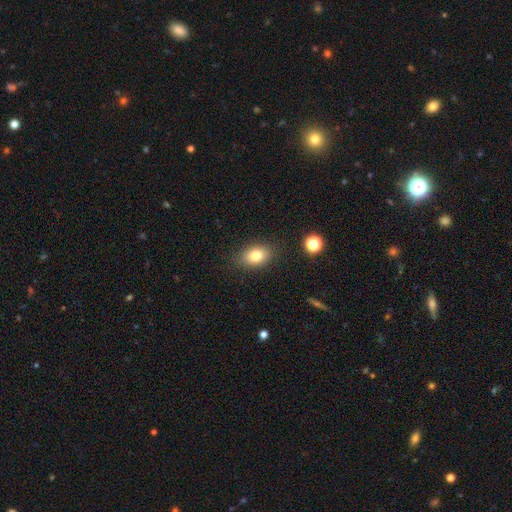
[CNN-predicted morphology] smooth-or-featured: smooth: 79% | featured or disk: 11% | star or artifact: 10%
  how-rounded: in between: 78% | round: 21% | cigar-shaped: 1%
  merging: none: 86% | minor disturbance: 10% | major disturbance: 3% | merger: 2%